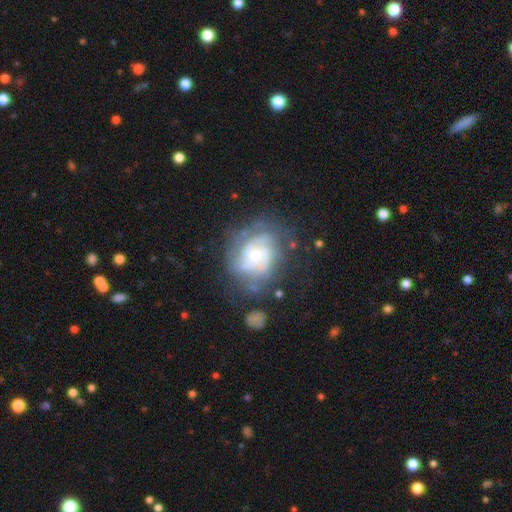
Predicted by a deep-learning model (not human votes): This appears to be a featured or disk galaxy (79%) with no bar (71%), tight (52%) spiral arms (90%) and a small central bulge (54%). Merging: none (59%).